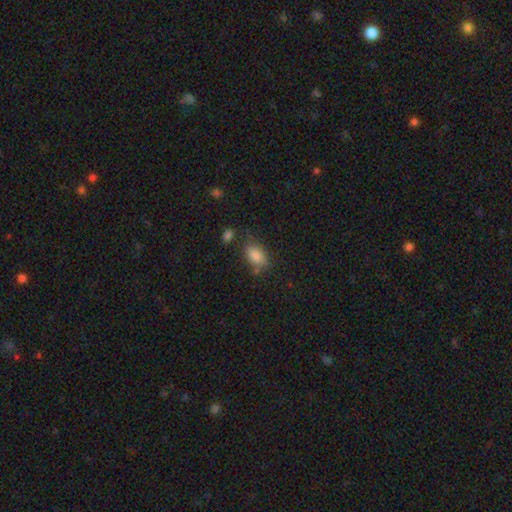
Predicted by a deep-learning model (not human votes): A smooth galaxy with no disk features (82%) that is in between round and cigar-shaped (86%). Merging: none (63%).